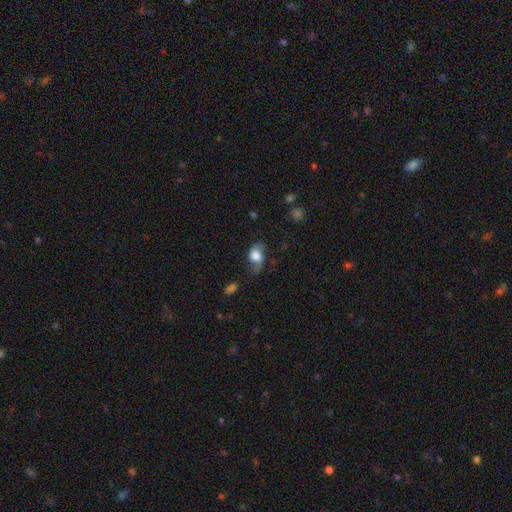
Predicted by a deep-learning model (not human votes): This appears to be a smooth galaxy with no disk features (64%) that is in between round and cigar-shaped (74%). Merging: none (48%).